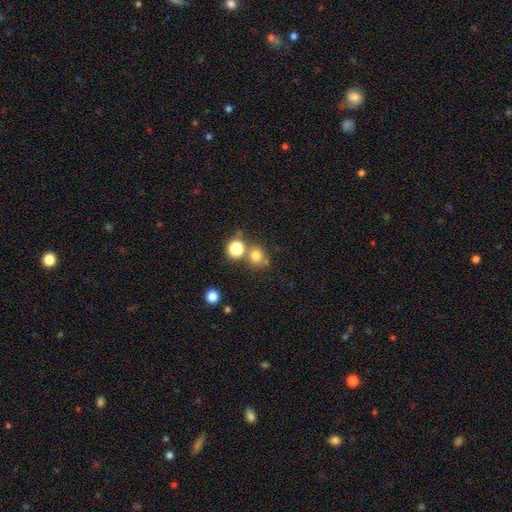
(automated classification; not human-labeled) A smooth galaxy with no disk features (76%) that is round (83%). Merging: none (62%).